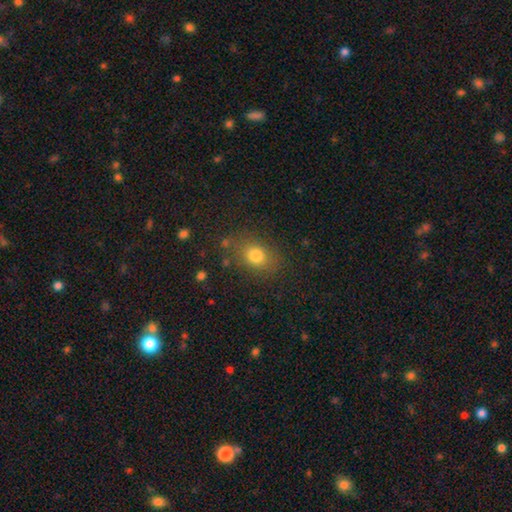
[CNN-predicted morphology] Smooth or featured? smooth (78%)
How rounded? in between (58%)
Merging? none (78%)